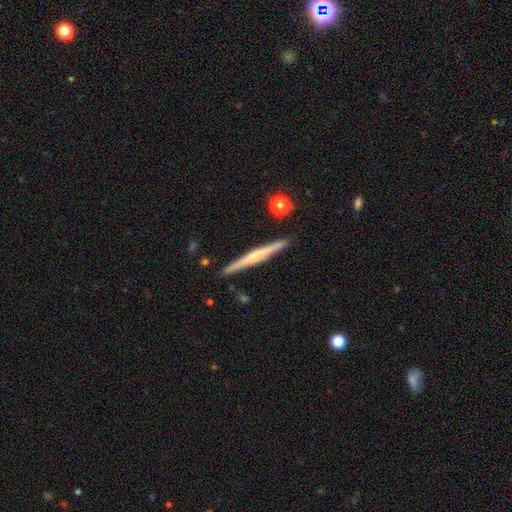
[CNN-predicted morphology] A featured or disk galaxy (63%) viewed edge-on (98%) with a rounded central bulge (54%).

Vote fractions:
- Smooth or featured? featured or disk: 63% / smooth: 30% / star or artifact: 6%
- Edge-on disk? yes: 98% / no: 2%
- Edge-on bulge? rounded: 54% / none: 36% / boxy: 10%
- Merging? none: 91% / minor disturbance: 6% / merger: 2% / major disturbance: 1%